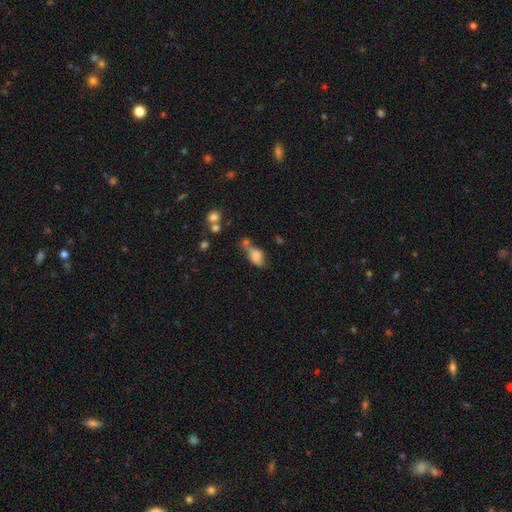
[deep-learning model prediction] This is likely a smooth galaxy (71%). How rounded: clearly in between (82%). Merging: marginally merger (34%).